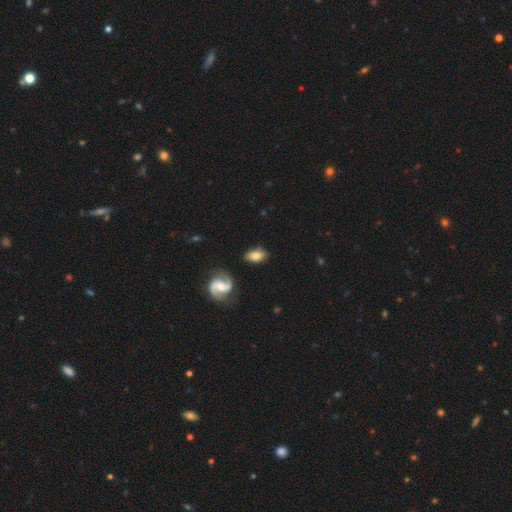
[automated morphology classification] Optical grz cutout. It shows a smooth galaxy with no disk features (69%) that is in between round and cigar-shaped (88%). Merging: none (82%).